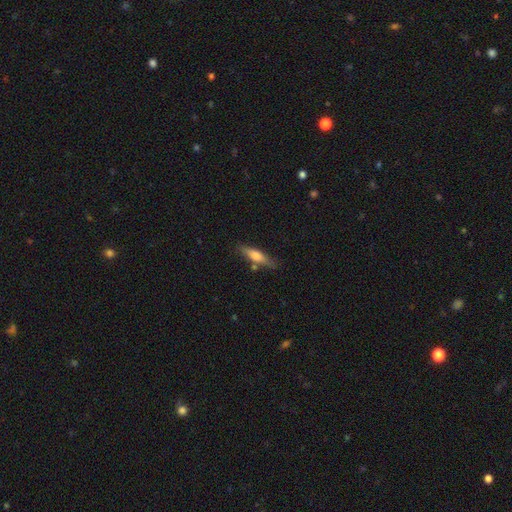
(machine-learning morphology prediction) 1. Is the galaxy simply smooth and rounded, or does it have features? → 53% smooth, 41% featured or disk, 6% star or artifact.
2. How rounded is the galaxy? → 75% cigar-shaped, 23% in between, 2% round.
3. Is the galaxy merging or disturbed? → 77% none, 14% minor disturbance, 5% merger, 3% major disturbance.